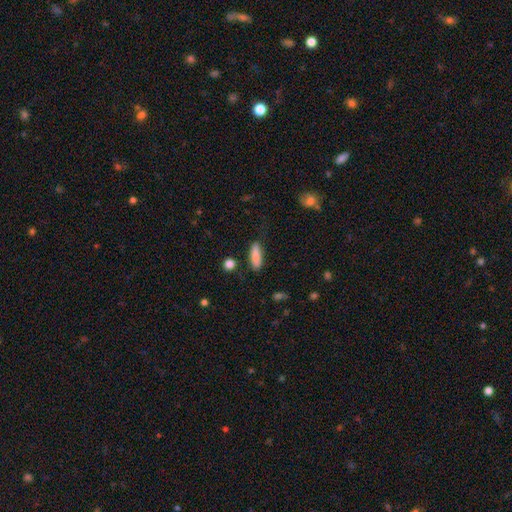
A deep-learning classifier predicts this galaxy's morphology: Smooth or featured? smooth (87%)
How rounded? cigar-shaped (58%)
Merging? none (82%)